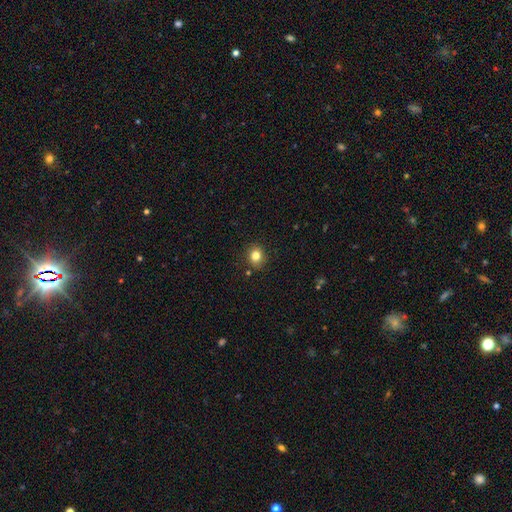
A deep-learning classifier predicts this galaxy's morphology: smooth 82%, star or artifact 12%, featured or disk 7%. Down the decision tree: how rounded — round (71%); merging — none (88%).